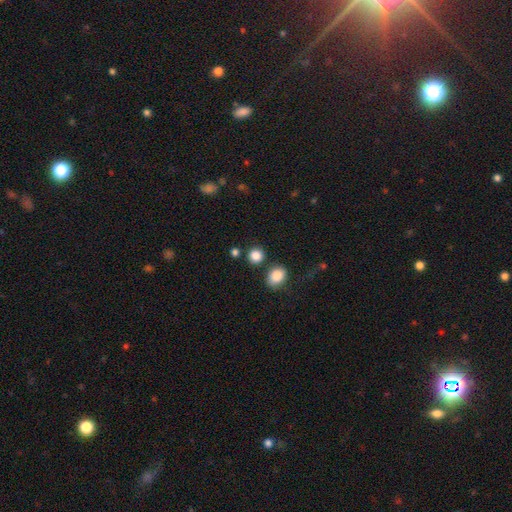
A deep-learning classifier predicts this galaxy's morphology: smooth_or_featured: smooth (p=0.85) [alt: star or artifact p=0.11]
how_rounded: round (p=0.86) [alt: in between p=0.13]
merging: none (p=0.79) [alt: merger p=0.09]